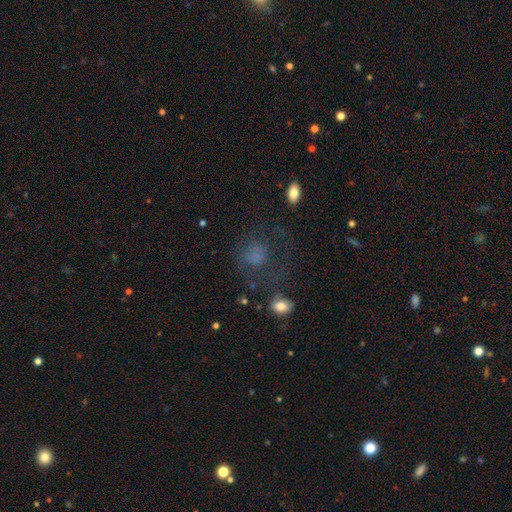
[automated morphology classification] The model was most divided on "merging": none: 51%, major disturbance: 27%, minor disturbance: 18%, merger: 4%. More confident: how rounded — round (72%); smooth or featured — smooth (56%).